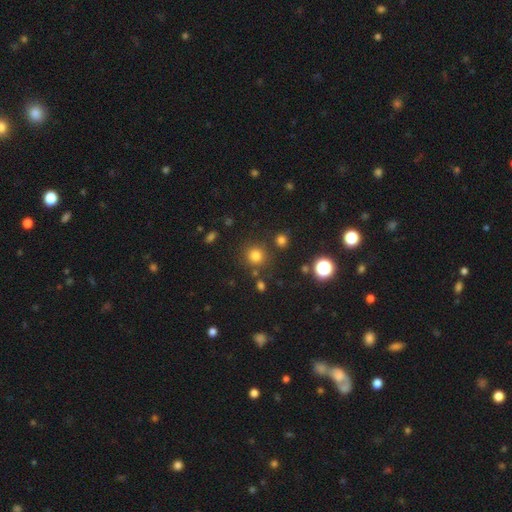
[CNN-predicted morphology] Overall: smooth (77%). How rounded: round (91%). Merging: none (82%).